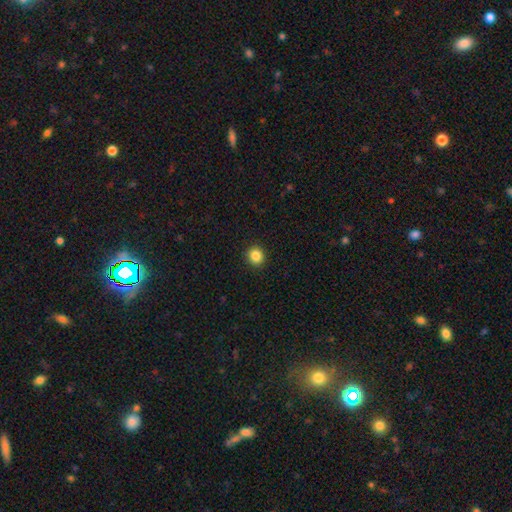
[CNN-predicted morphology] Smooth or featured?
  - smooth: 86% *
  - star or artifact: 10%
  - featured or disk: 4%
How rounded?
  - round: 85% *
  - in between: 14%
  - cigar-shaped: 1%
Merging?
  - none: 92% *
  - minor disturbance: 5%
  - major disturbance: 2%
  - merger: 1%